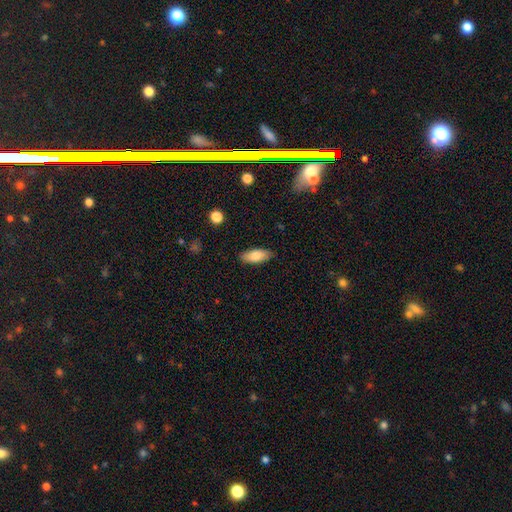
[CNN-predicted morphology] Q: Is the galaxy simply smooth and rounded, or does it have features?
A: smooth — 80%.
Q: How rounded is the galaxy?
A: in between — 81%.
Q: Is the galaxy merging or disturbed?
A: none — 87%.